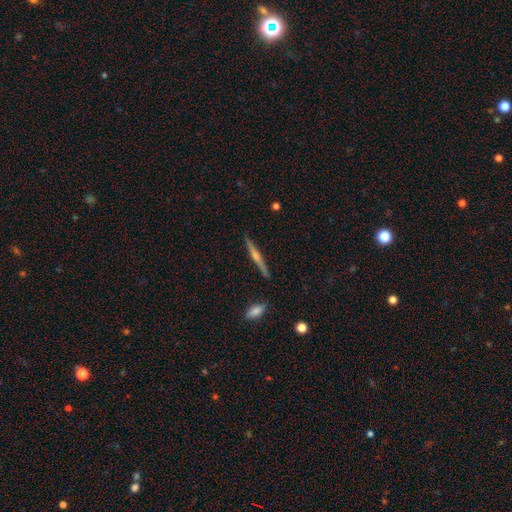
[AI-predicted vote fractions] The model was most divided on "smooth or featured": featured or disk: 71%, smooth: 23%, star or artifact: 6%. More confident: edge-on disk — yes (98%); merging — none (90%); edge-on bulge — rounded (84%).